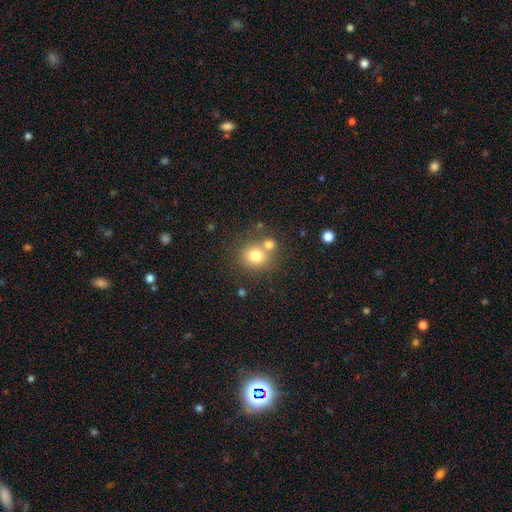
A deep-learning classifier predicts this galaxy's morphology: Smooth or featured? smooth (77%)
How rounded? round (82%)
Merging? none (59%)